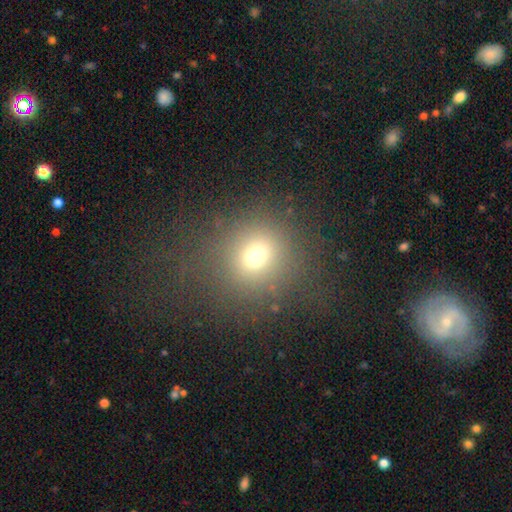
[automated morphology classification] Smooth or featured? Predicted: smooth (p=0.69). How rounded? Predicted: round (p=0.85). Merging? Predicted: none (p=0.77).